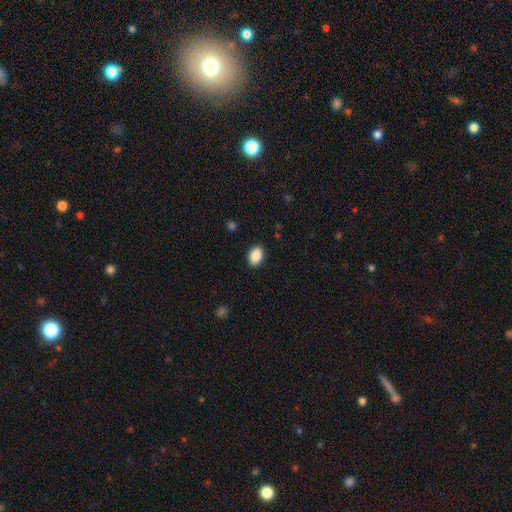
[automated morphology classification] This appears to be a smooth galaxy with no disk features (89%) that is in between round and cigar-shaped (82%). Merging: none (89%).